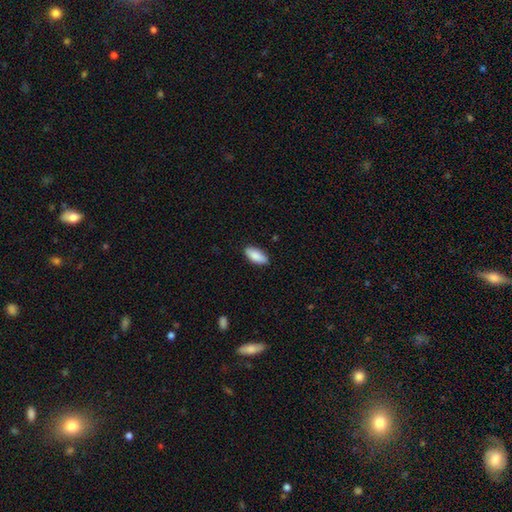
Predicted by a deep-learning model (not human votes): smooth 88%, featured or disk 7%, star or artifact 6%. Down the decision tree: how rounded — in between (85%); merging — none (86%).